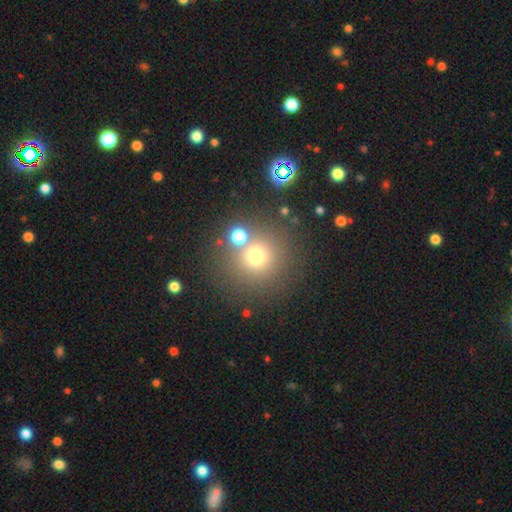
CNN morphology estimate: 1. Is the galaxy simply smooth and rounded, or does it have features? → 68% smooth, 21% star or artifact, 11% featured or disk.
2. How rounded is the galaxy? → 94% round, 6% in between, 1% cigar-shaped.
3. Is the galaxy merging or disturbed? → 76% none, 12% merger, 8% minor disturbance, 4% major disturbance.